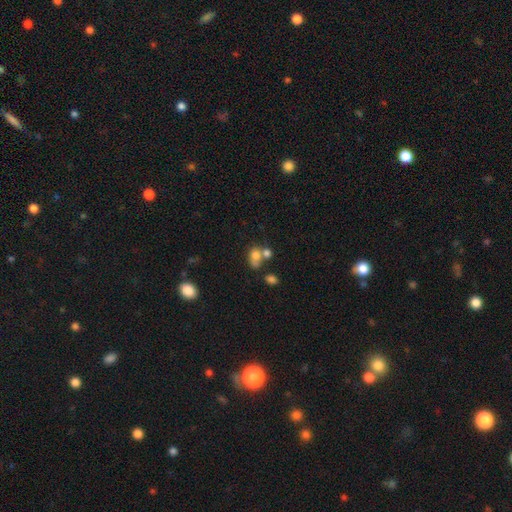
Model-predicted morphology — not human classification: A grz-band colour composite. It shows a smooth galaxy with no disk features (73%) that is in between round and cigar-shaped (63%). Merging: merger (48%).